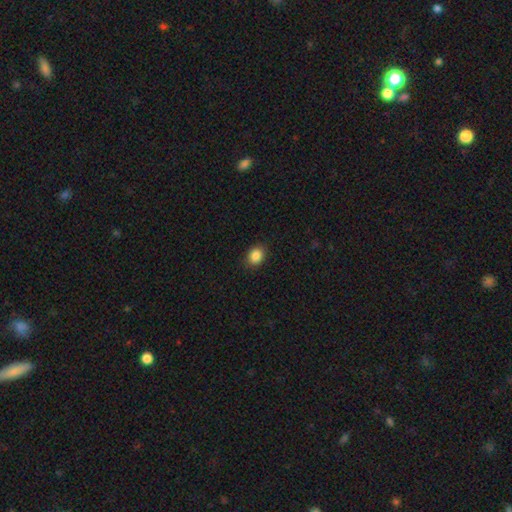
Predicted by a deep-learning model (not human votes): This is clearly a smooth galaxy (87%). How rounded: possibly in between (54%). Merging: clearly none (88%).